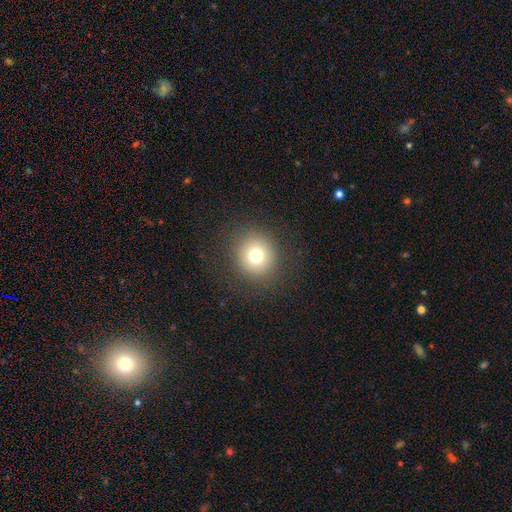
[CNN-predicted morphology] This is likely a smooth galaxy (75%). How rounded: clearly round (90%). Merging: clearly none (88%).